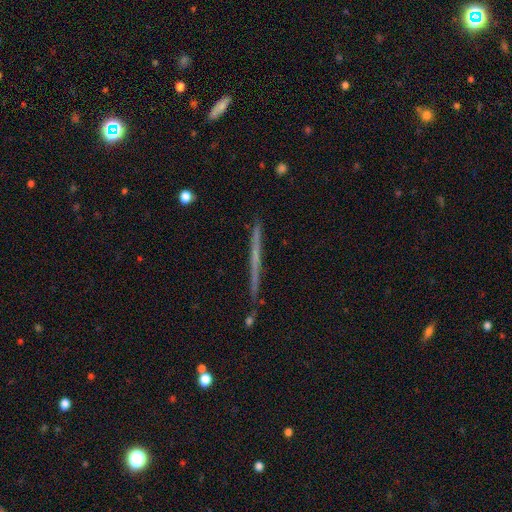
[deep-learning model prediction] This is possibly a featured or disk galaxy (54%). It is clearly viewed edge-on (94%). Edge-on bulge: likely none (71%). Merging: clearly none (86%).